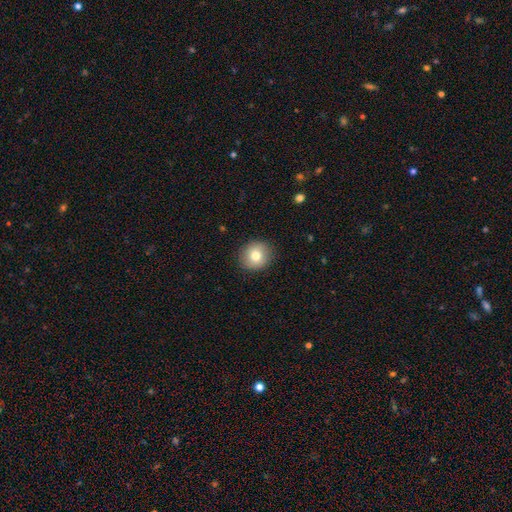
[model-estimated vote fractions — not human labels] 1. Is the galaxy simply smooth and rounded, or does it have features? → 78% smooth, 12% featured or disk, 9% star or artifact.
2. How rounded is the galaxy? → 87% round, 12% in between, 1% cigar-shaped.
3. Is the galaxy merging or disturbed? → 90% none, 7% minor disturbance, 2% major disturbance, 1% merger.